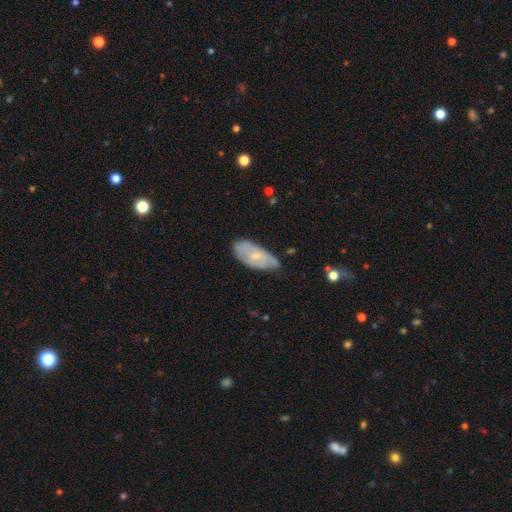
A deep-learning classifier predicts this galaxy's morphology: The model was most divided on "smooth or featured": smooth: 47%, featured or disk: 46%, star or artifact: 7%. More confident: merging — none (52%).